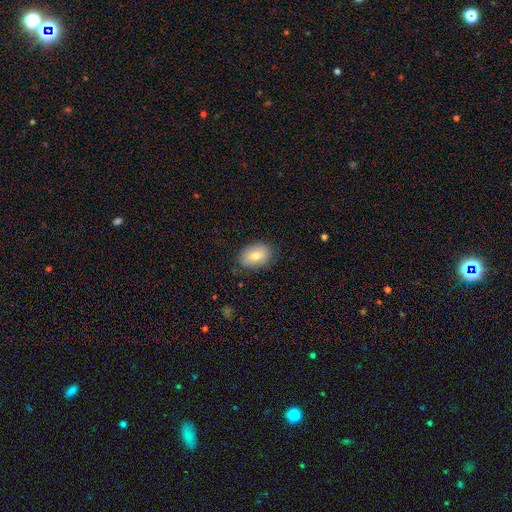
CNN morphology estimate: Smooth or featured?
  - smooth: 74% *
  - featured or disk: 18%
  - star or artifact: 8%
How rounded?
  - in between: 83% *
  - round: 15%
  - cigar-shaped: 1%
Merging?
  - none: 82% *
  - minor disturbance: 14%
  - major disturbance: 3%
  - merger: 1%